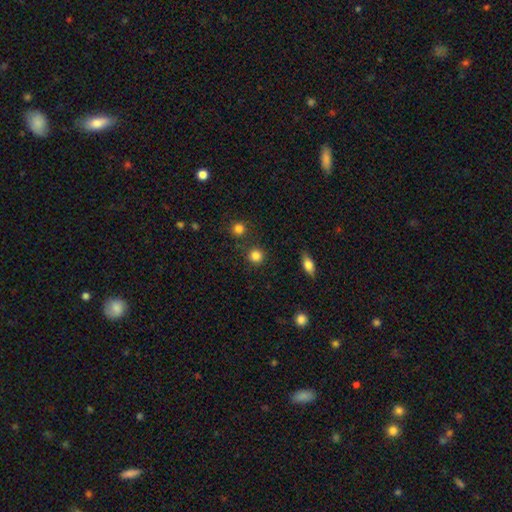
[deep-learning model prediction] This appears to be a smooth galaxy with no disk features (84%) that is round (91%). Merging: none (85%).